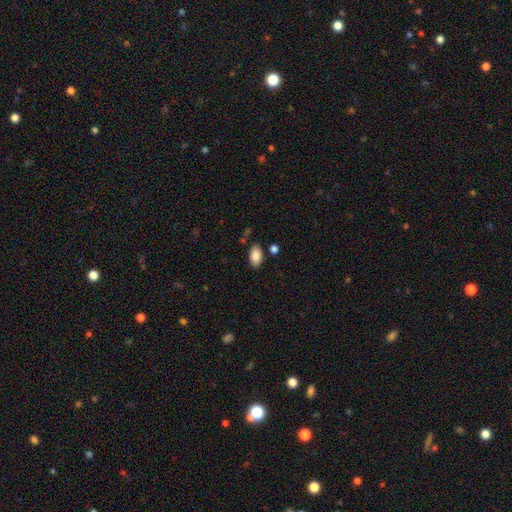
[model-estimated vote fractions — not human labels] Morphology: type=smooth (88%); roundness=in between (93%); merging=none (81%).